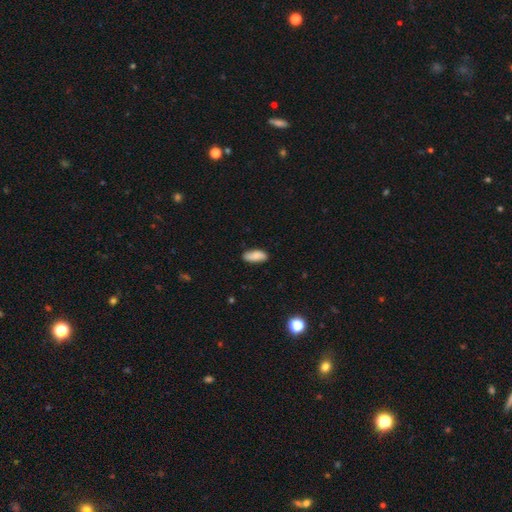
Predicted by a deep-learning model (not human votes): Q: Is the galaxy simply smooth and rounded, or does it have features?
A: smooth — 82%.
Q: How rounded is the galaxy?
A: in between — 81%.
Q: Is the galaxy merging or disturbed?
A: none — 82%.